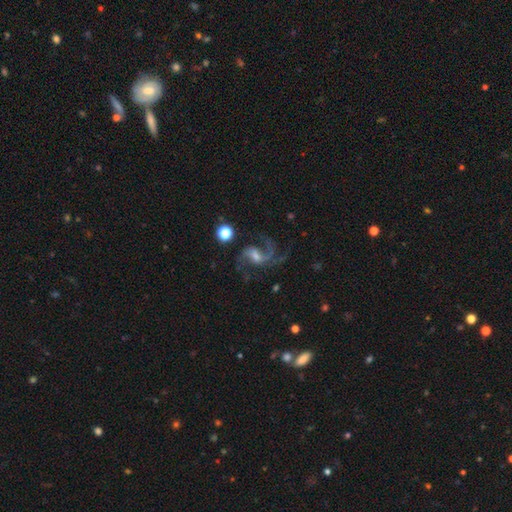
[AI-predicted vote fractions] Overall: featured or disk (85%). Edge-on disk: no (98%). Bar: weak (53%; no 26%). Spiral arms: yes (96%). Spiral arm count: 2 (75%). Spiral winding: loose (61%; medium 34%). Bulge size: moderate (40%; small 37%). Merging: none (59%; major disturbance 23%).